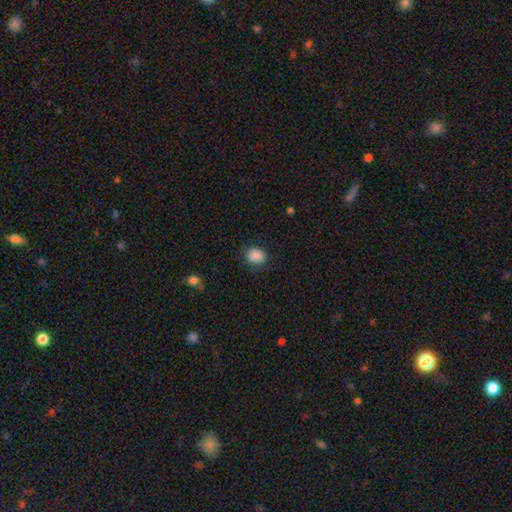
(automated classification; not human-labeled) Smooth or featured: smooth — 88% (star or artifact — 9%)
How rounded: in between — 52% (round — 47%)
Merging: none — 78% (minor disturbance — 16%)